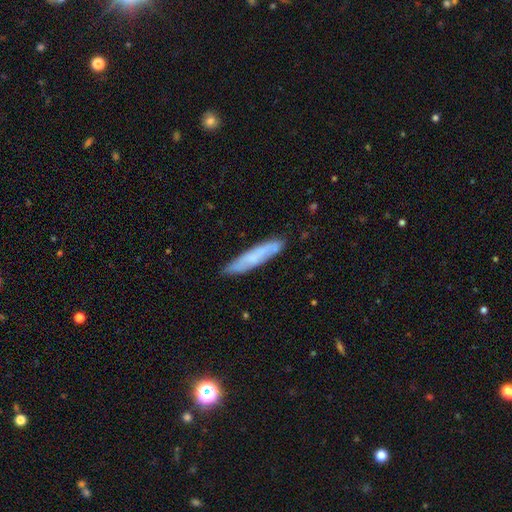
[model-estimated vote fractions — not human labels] Smooth or featured? Predicted: smooth (p=0.55). How rounded? Predicted: cigar-shaped (p=0.87). Merging? Predicted: none (p=0.82).